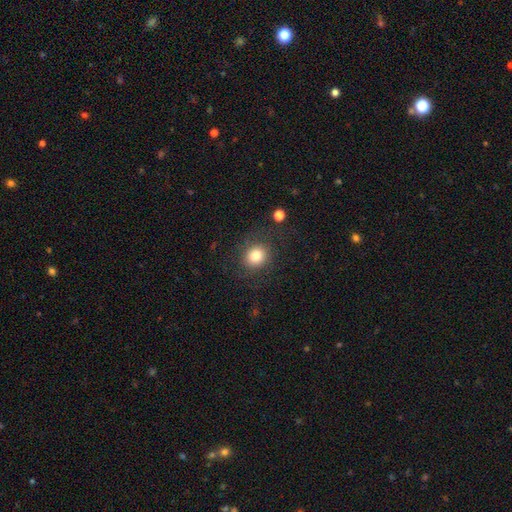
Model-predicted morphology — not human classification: Smooth or featured: smooth — 82% (star or artifact — 10%)
How rounded: round — 76% (in between — 23%)
Merging: none — 82% (minor disturbance — 10%)